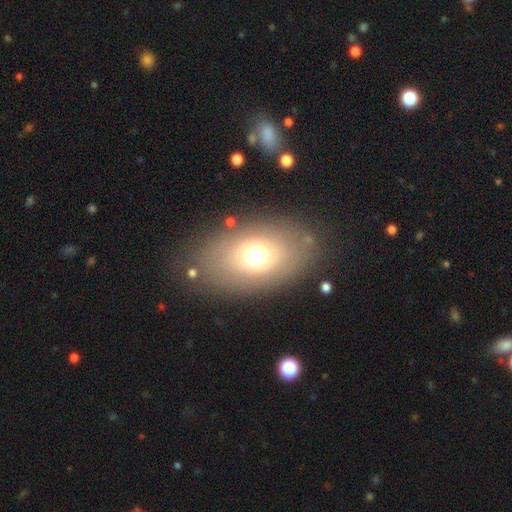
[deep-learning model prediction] Smooth or featured: smooth — 63% (featured or disk — 22%)
How rounded: in between — 77% (round — 21%)
Merging: none — 81% (minor disturbance — 10%)